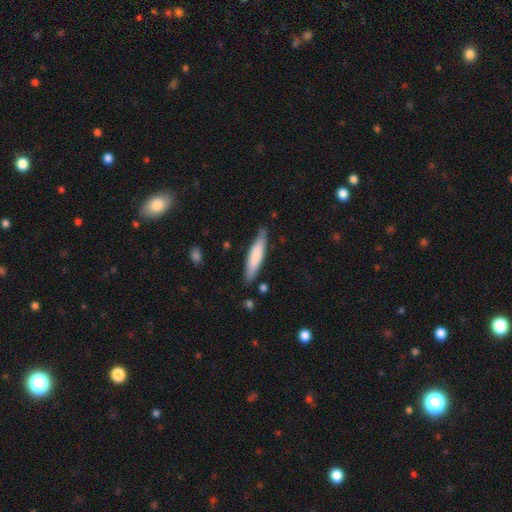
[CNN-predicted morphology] A smooth galaxy with no disk features (74%) that is cigar-shaped (83%).

Vote fractions:
- Smooth or featured? smooth: 74% / featured or disk: 21% / star or artifact: 5%
- How rounded? cigar-shaped: 83% / in between: 15% / round: 1%
- Merging? none: 84% / minor disturbance: 12% / major disturbance: 2% / merger: 2%